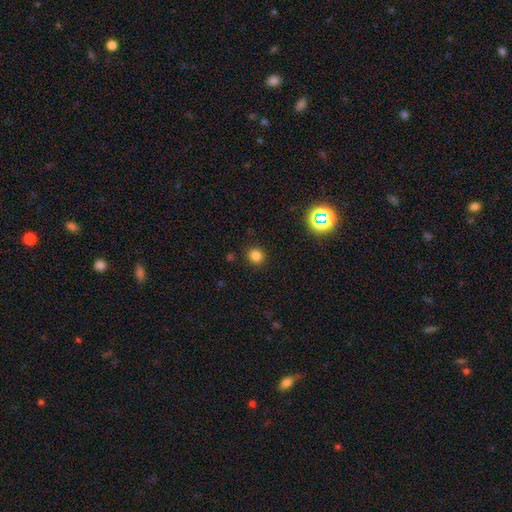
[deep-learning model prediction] Smooth or featured?
  - smooth: 81% *
  - star or artifact: 15%
  - featured or disk: 4%
How rounded?
  - round: 86% *
  - in between: 13%
  - cigar-shaped: 1%
Merging?
  - none: 90% *
  - minor disturbance: 6%
  - major disturbance: 2%
  - merger: 1%